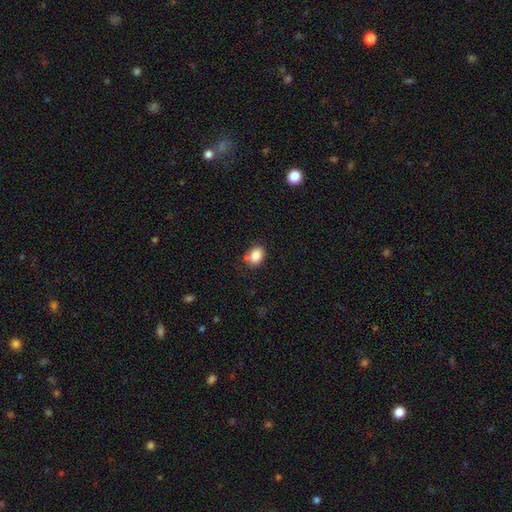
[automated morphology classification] Overall: smooth (86%). How rounded: in between (63%; round 36%). Merging: none (70%).